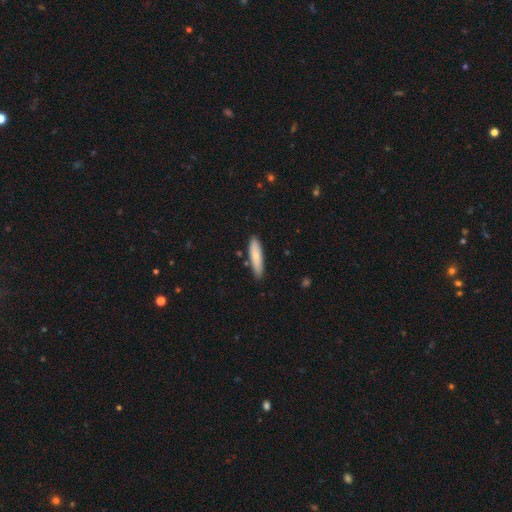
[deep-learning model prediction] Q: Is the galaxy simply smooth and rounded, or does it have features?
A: smooth — 75%.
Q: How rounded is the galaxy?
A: cigar-shaped — 73%.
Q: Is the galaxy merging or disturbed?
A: none — 83%.